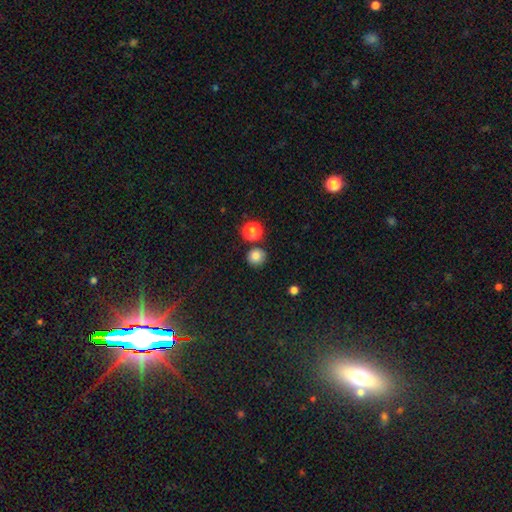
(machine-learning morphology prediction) smooth_or_featured: smooth (p=0.82) [alt: star or artifact p=0.12]
how_rounded: round (p=0.92) [alt: in between p=0.07]
merging: none (p=0.81) [alt: minor disturbance p=0.09]